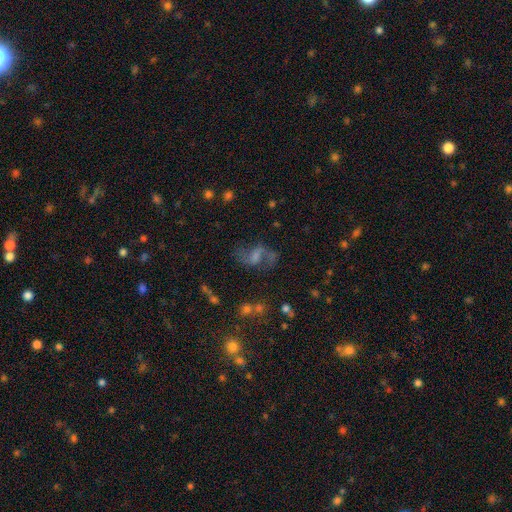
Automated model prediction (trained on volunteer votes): A featured or disk galaxy (66%) with a weak bar (49%), 2 (87%) loose (62%) spiral arms (87%) and a small central bulge (30%, tied with none).

Vote fractions:
- Smooth or featured? featured or disk: 66% / star or artifact: 17% / smooth: 16%
- Edge-on disk? no: 96% / yes: 4%
- Bar? weak: 49% / no: 28% / strong: 22%
- Spiral arms? yes: 87% / no: 13%
- Spiral winding? loose: 62% / medium: 32% / tight: 7%
- Spiral arm count? 2: 87% / can't tell: 5% / 1: 4% / 3: 1% / 4: 1% / more than 4: 1%
- Bulge size? small: 30% (tied) / none: 30% (tied) / moderate: 29% / large: 9% / dominant: 2%
- Merging? none: 61% / major disturbance: 17% / minor disturbance: 16% / merger: 5%